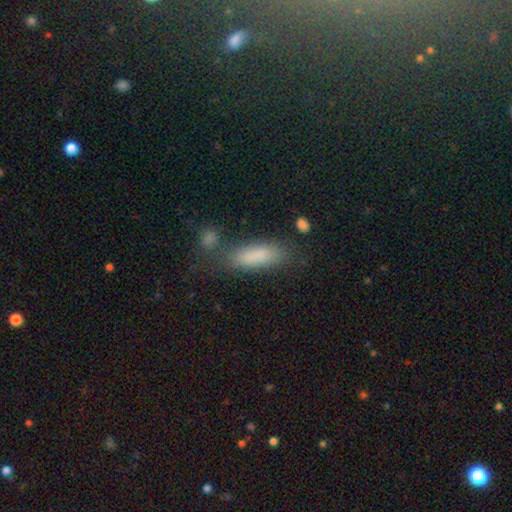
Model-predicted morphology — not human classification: smooth 84%, featured or disk 9%, star or artifact 8%. Down the decision tree: how rounded — in between (53%); merging — none (66%).